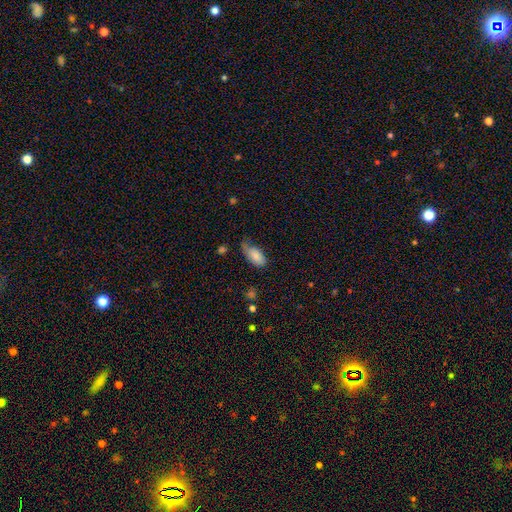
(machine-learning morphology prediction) Overall: smooth (80%). How rounded: in between (92%). Merging: none (43%; minor disturbance 39%).